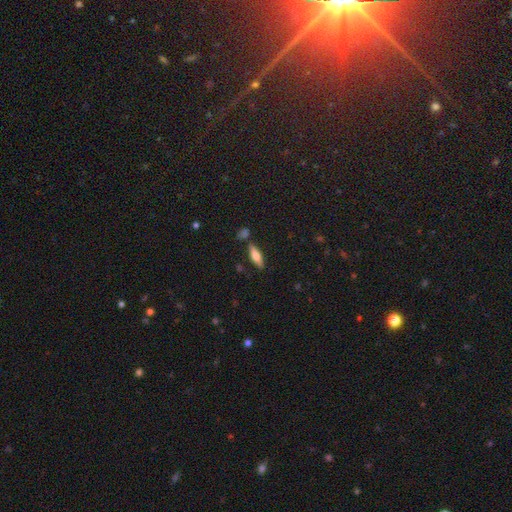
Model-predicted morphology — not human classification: smooth-or-featured: smooth: 58% | featured or disk: 35% | star or artifact: 7%
  how-rounded: cigar-shaped: 56% | in between: 42% | round: 2%
  merging: none: 80% | minor disturbance: 12% | merger: 6% | major disturbance: 3%